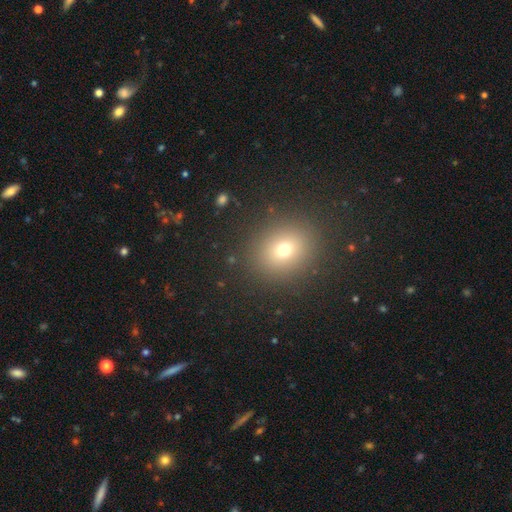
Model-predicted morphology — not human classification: This appears to be a smooth galaxy with no disk features (66%) that is round (75%). Merging: none (91%).